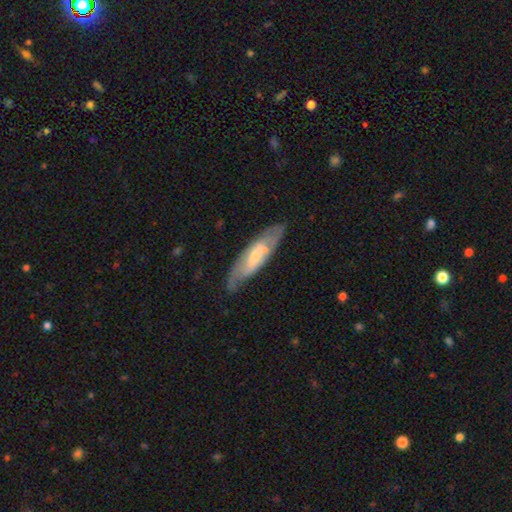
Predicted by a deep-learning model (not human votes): A featured or disk galaxy (62%). Merging: none (71%).